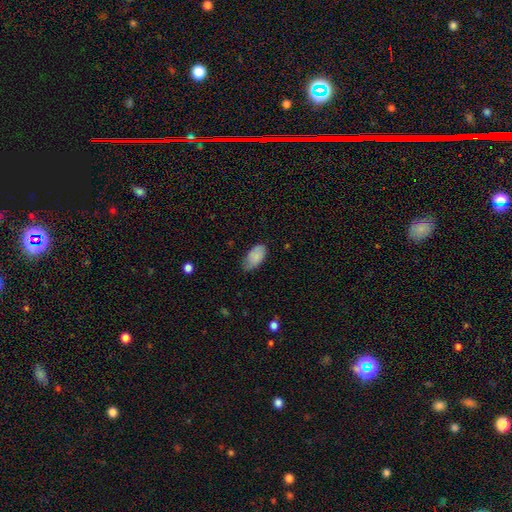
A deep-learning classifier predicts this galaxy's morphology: A smooth galaxy with no disk features (84%) that is in between round and cigar-shaped (94%).

Vote fractions:
- Smooth or featured? smooth: 84% / featured or disk: 9% / star or artifact: 7%
- How rounded? in between: 94% / round: 3% / cigar-shaped: 3%
- Merging? none: 59% / minor disturbance: 33% / major disturbance: 6% / merger: 1%